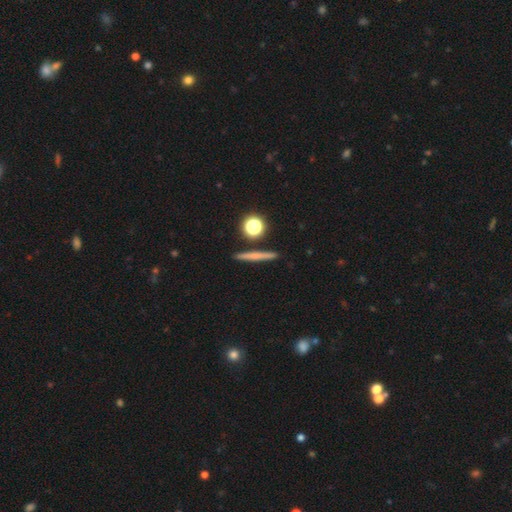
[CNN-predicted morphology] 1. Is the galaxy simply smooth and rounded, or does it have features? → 54% smooth, 36% featured or disk, 10% star or artifact.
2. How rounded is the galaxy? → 85% cigar-shaped, 10% round, 5% in between.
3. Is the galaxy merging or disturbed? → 90% none, 6% minor disturbance, 3% merger, 2% major disturbance.